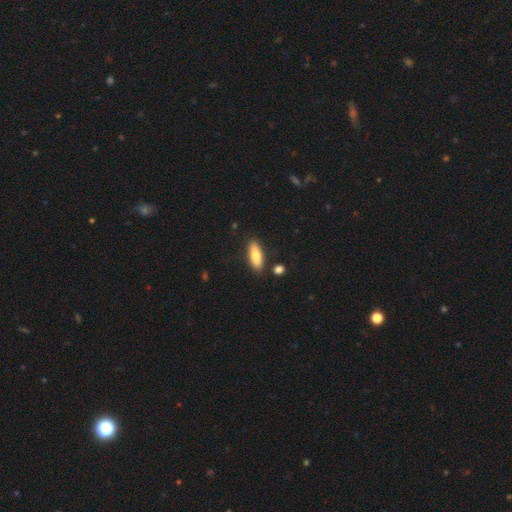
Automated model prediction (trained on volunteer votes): This appears to be a smooth galaxy with no disk features (77%) that is in between round and cigar-shaped (63%). Merging: none (84%).